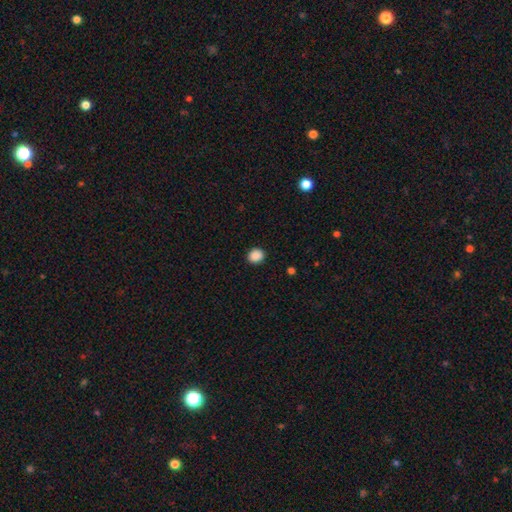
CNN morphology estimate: type=smooth (89%); roundness=round (77%); merging=none (91%).